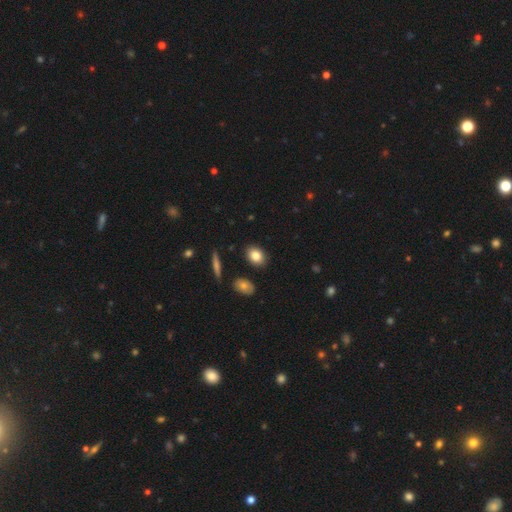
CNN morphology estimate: Overall: smooth (83%). How rounded: in between (76%). Merging: none (87%).